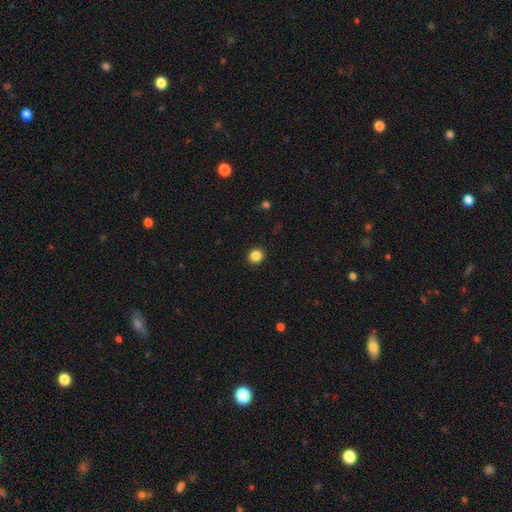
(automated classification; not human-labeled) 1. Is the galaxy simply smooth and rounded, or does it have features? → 86% smooth, 11% star or artifact, 3% featured or disk.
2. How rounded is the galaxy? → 88% round, 11% in between, 1% cigar-shaped.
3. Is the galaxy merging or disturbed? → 93% none, 5% minor disturbance, 2% major disturbance, 1% merger.